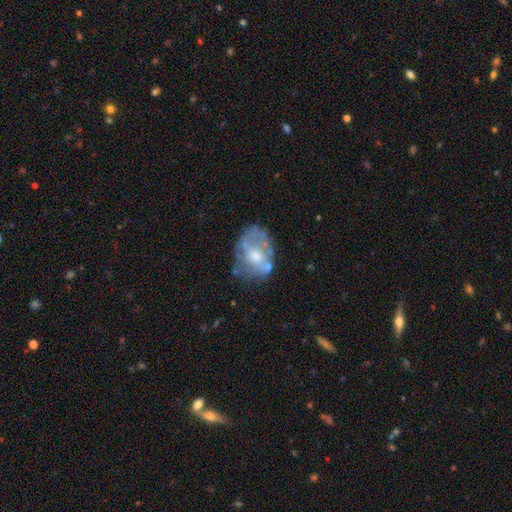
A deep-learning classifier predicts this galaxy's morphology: featured or disk 62%, smooth 31%, star or artifact 8%. Down the decision tree: edge-on disk — no (97%); bar — no (74%); spiral arms — no (65%); bulge size — moderate (56%); merging — none (48%).